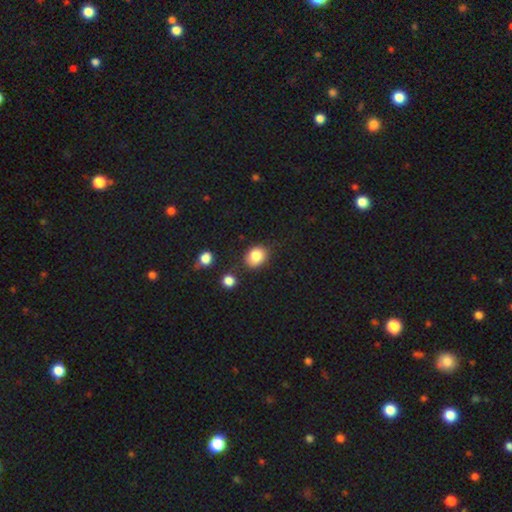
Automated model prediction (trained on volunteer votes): Q: Smooth or featured?
A: smooth (85%); runner-up: star or artifact (9%)
Q: How rounded?
A: round (51%); runner-up: in between (48%)
Q: Merging?
A: none (76%); runner-up: minor disturbance (15%)